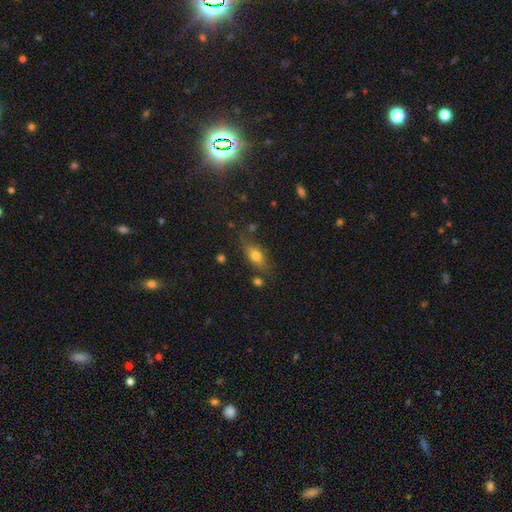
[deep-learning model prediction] This appears to be a smooth galaxy with no disk features (71%) that is in between round and cigar-shaped (77%). Merging: none (72%).